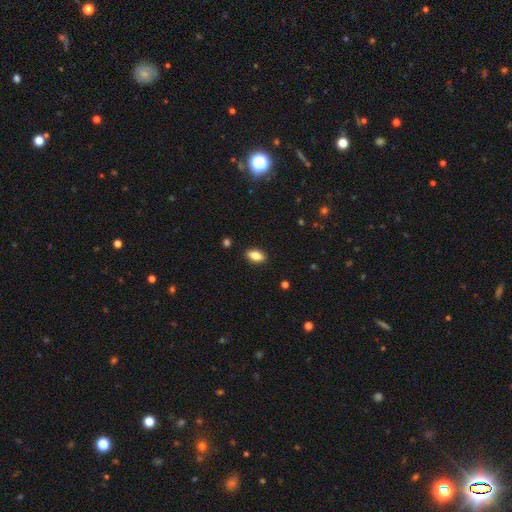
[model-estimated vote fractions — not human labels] This appears to be a smooth galaxy with no disk features (83%) that is in between round and cigar-shaped (91%). Merging: none (89%).